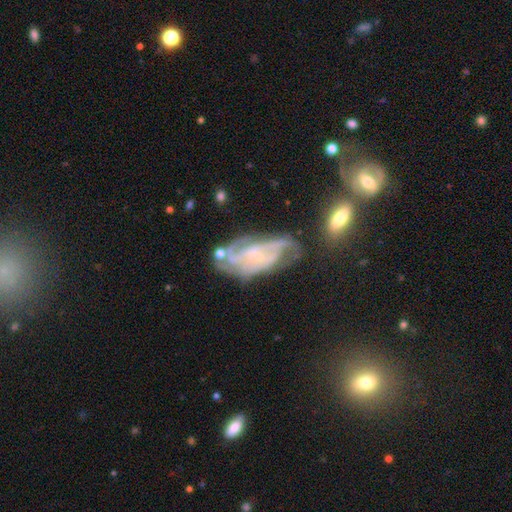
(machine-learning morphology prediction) Smooth or featured: featured or disk — 81% (smooth — 11%)
Edge-on disk: no — 94% (yes — 6%)
Bar: no — 59% (weak — 33%)
Spiral arms: yes — 90% (no — 10%)
Spiral winding: tight — 47% (medium — 39%)
Spiral arm count: can't tell — 35% (3 — 23%)
Bulge size: small — 72% (none — 13%)
Merging: none — 52% (minor disturbance — 24%)